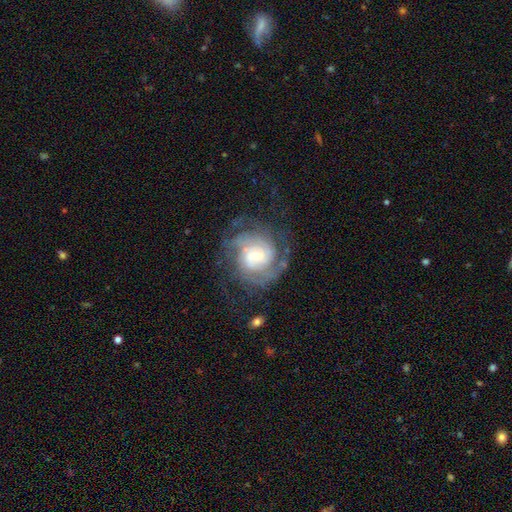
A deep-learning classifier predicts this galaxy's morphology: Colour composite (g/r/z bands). It shows a featured or disk galaxy (84%) with no bar (55%), 2 (31%) tight (61%) spiral arms (95%) and a moderate central bulge (48%). Merging: none (68%).